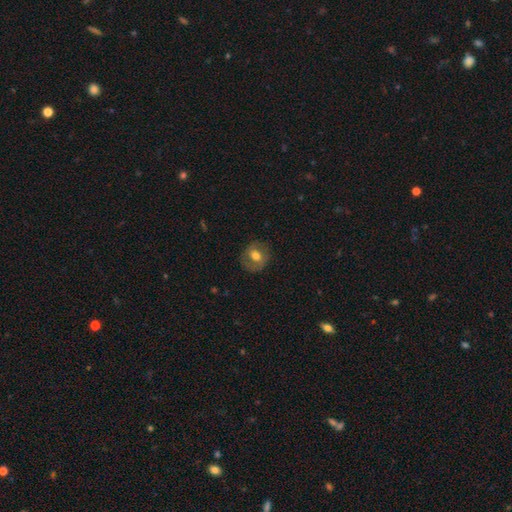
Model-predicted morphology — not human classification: Smooth or featured?
  - smooth: 57% *
  - featured or disk: 35%
  - star or artifact: 8%
How rounded?
  - round: 73% *
  - in between: 26%
  - cigar-shaped: 1%
Merging?
  - none: 79% *
  - minor disturbance: 15%
  - major disturbance: 6%
  - merger: 1%